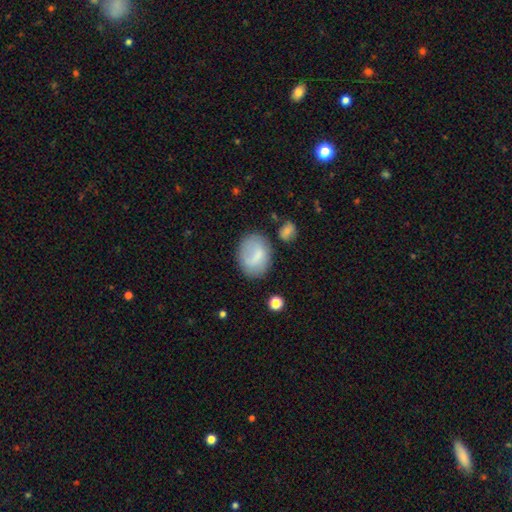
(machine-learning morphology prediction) A smooth galaxy with no disk features (69%) that is in between round and cigar-shaped (65%). Merging: none (64%).